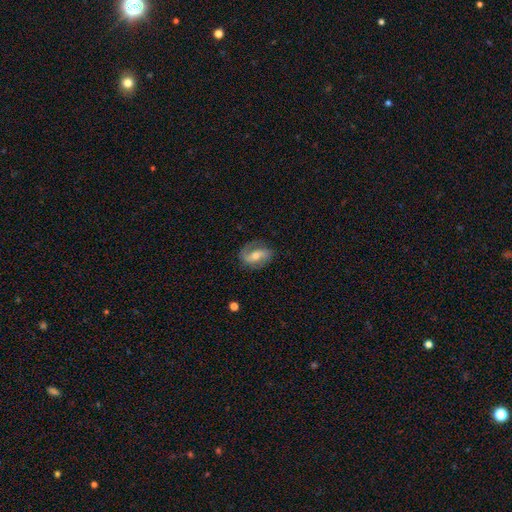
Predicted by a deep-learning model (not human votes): featured or disk 73%, smooth 20%, star or artifact 7%. Down the decision tree: edge-on disk — no (96%); bar — weak (39%, tied with no); spiral arms — yes (91%); spiral arm count — 2 (80%); spiral winding — medium (41%); bulge size — moderate (62%); merging — none (74%).